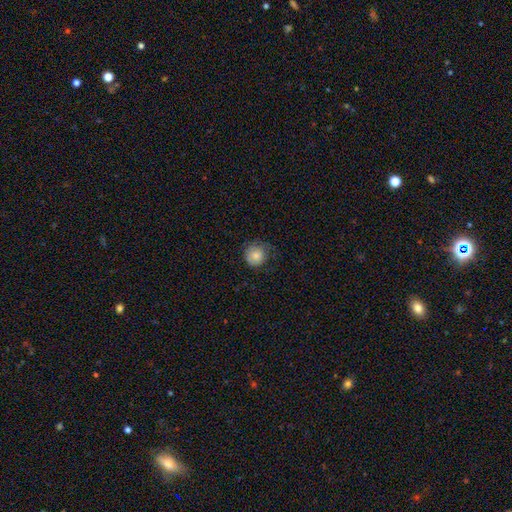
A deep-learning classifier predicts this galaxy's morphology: A smooth galaxy with no disk features (82%) that is round (91%). Merging: none (63%).